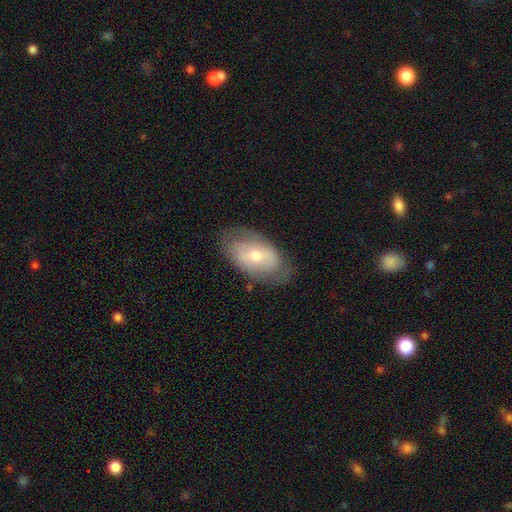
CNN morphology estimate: The model was most divided on "smooth or featured": smooth: 47%, featured or disk: 45%, star or artifact: 7%. More confident: merging — none (75%).